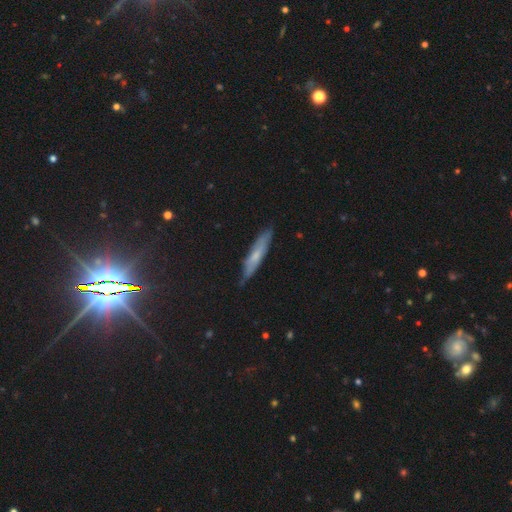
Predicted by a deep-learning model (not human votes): The model was most divided on "smooth or featured": smooth: 51%, featured or disk: 40%, star or artifact: 9%. More confident: how rounded — cigar-shaped (86%); merging — none (81%).